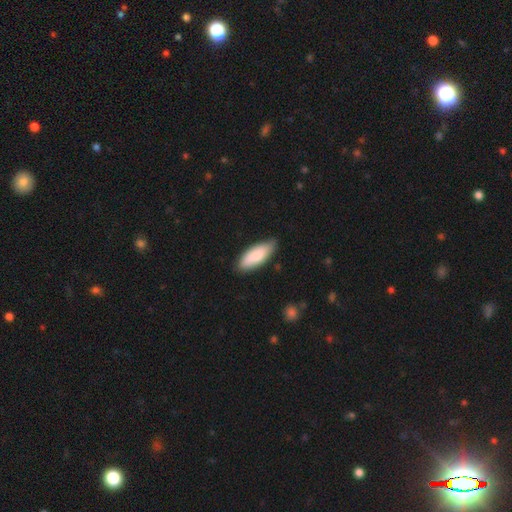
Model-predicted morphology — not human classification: smooth 82%, featured or disk 12%, star or artifact 5%. Down the decision tree: how rounded — in between (73%); merging — none (80%).